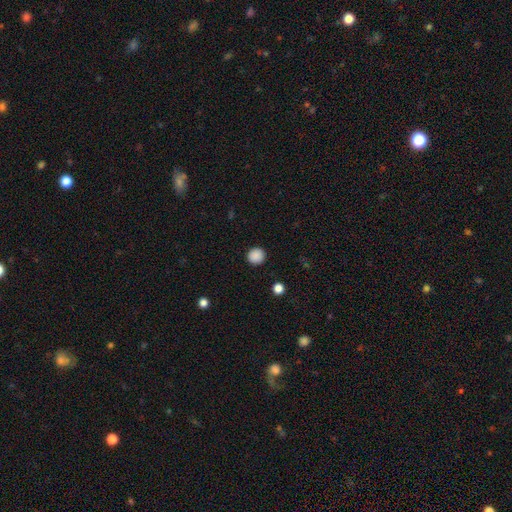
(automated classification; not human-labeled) Overall: smooth (88%). How rounded: round (93%). Merging: none (92%).